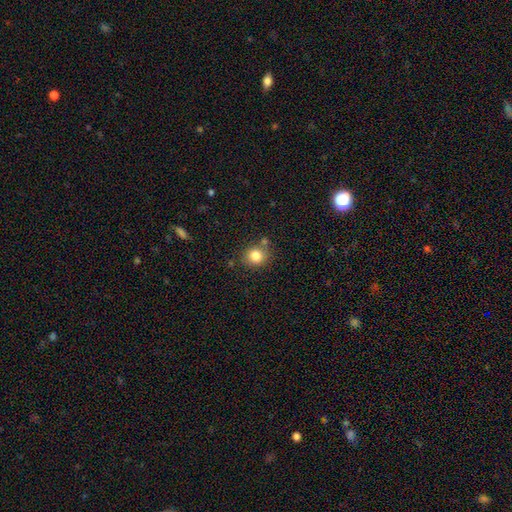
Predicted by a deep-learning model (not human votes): smooth_or_featured: smooth (p=0.82) [alt: star or artifact p=0.11]
how_rounded: round (p=0.81) [alt: in between p=0.18]
merging: none (p=0.75) [alt: minor disturbance p=0.12]